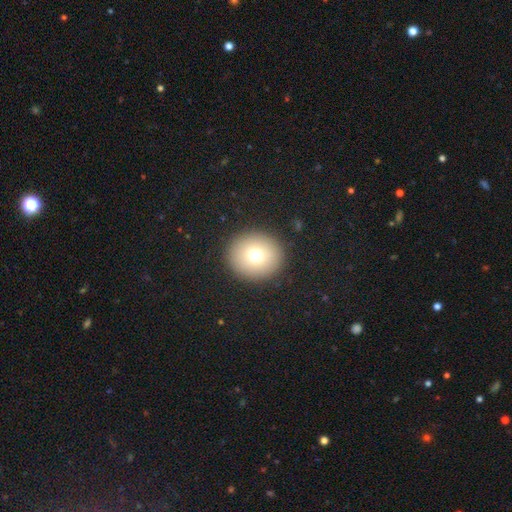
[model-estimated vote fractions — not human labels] The model was most divided on "smooth or featured": smooth: 74%, featured or disk: 14%, star or artifact: 13%. More confident: merging — none (91%); how rounded — round (87%).